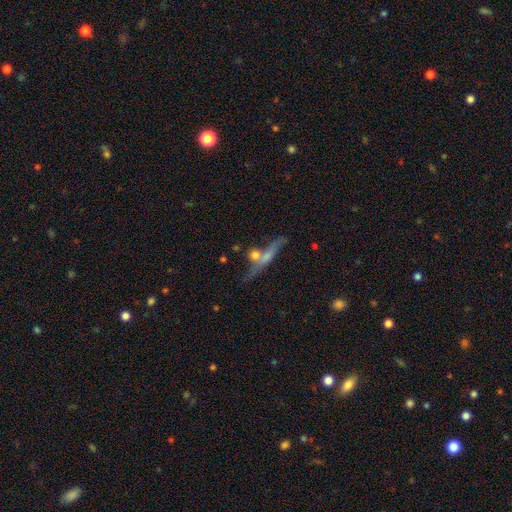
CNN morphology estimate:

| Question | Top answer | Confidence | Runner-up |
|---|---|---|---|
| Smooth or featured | smooth | 50% | featured or disk (39%) |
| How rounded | cigar-shaped | 52% | in between (25%) |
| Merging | none | 37% | merger (36%) |